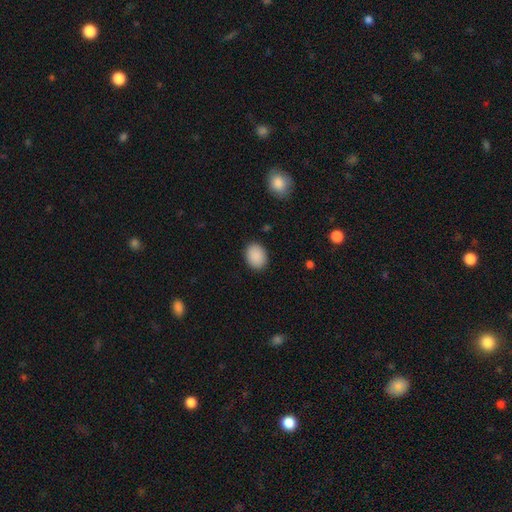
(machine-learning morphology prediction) This is clearly a smooth galaxy (90%). How rounded: likely in between (69%). Merging: clearly none (88%).